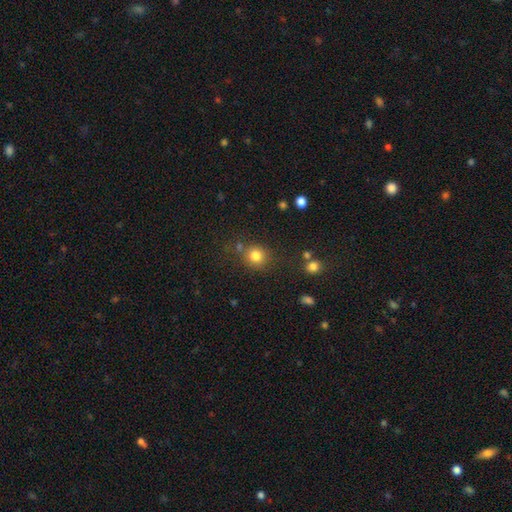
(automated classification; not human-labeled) Morphology: type=smooth (82%); roundness=round (87%); merging=none (76%).